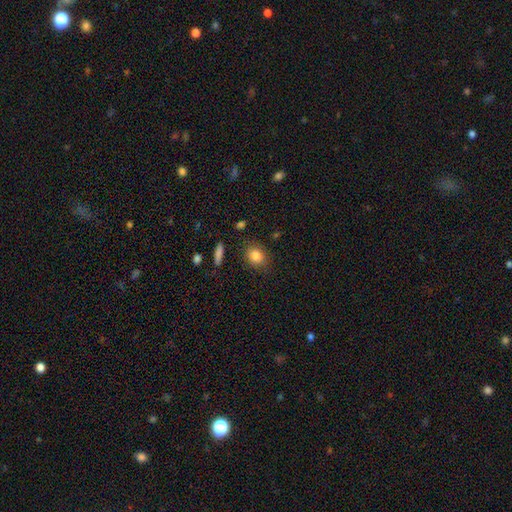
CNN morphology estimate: smooth-or-featured: smooth: 84% | star or artifact: 9% | featured or disk: 6%
  how-rounded: round: 58% | in between: 40% | cigar-shaped: 2%
  merging: none: 84% | minor disturbance: 11% | major disturbance: 3% | merger: 2%